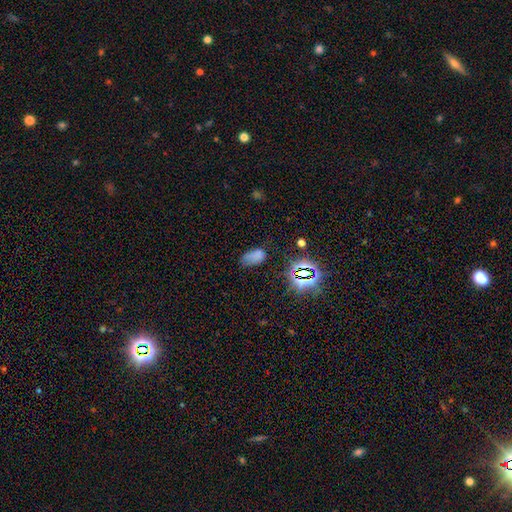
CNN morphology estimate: Smooth or featured? smooth (62%)
How rounded? in between (90%)
Merging? none (48%)